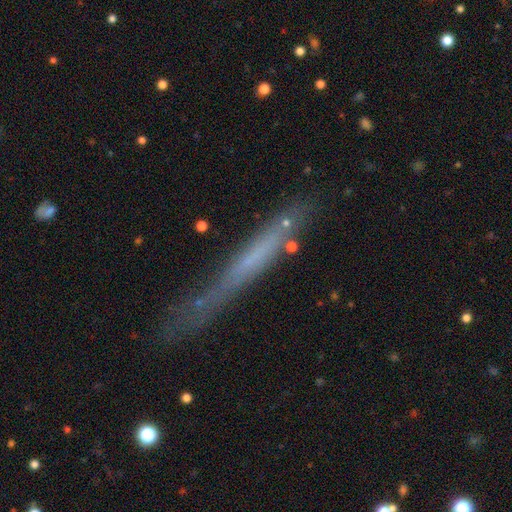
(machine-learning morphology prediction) A featured or disk galaxy (48%). Merging: none (63%).